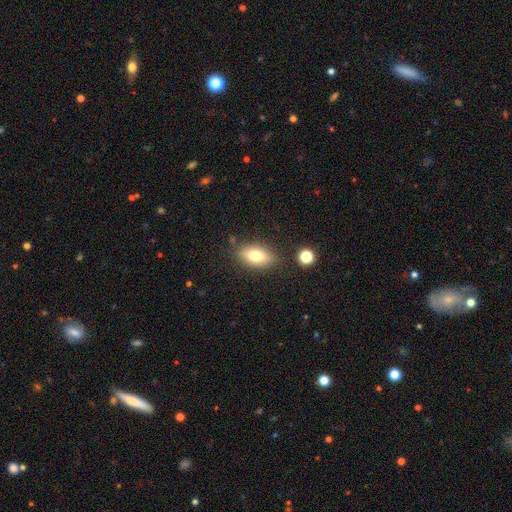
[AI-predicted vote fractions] Q: Smooth or featured?
A: smooth (74%); runner-up: featured or disk (17%)
Q: How rounded?
A: in between (85%); runner-up: round (8%)
Q: Merging?
A: none (80%); runner-up: minor disturbance (13%)